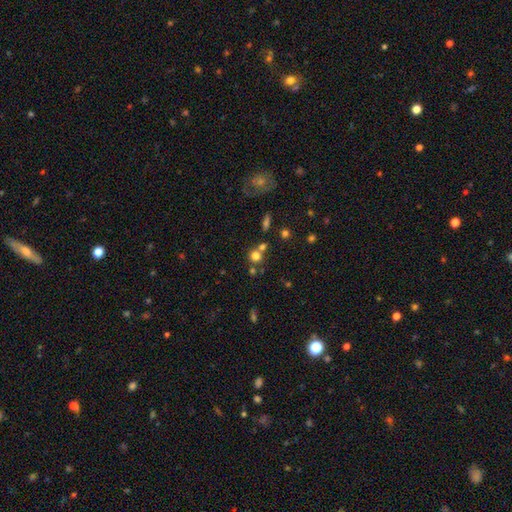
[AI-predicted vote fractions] Smooth or featured? smooth (74%)
How rounded? round (89%)
Merging? none (59%)